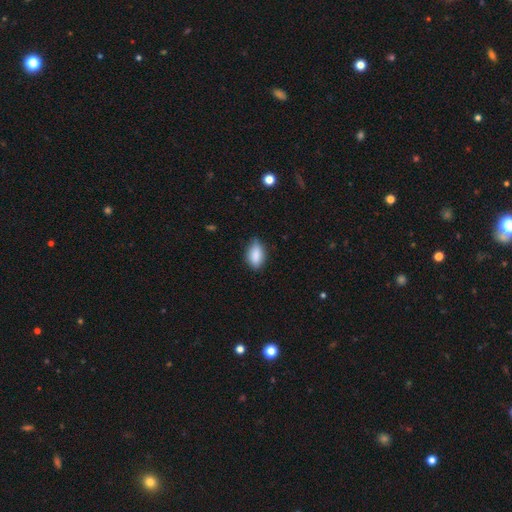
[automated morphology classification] smooth 86%, featured or disk 7%, star or artifact 7%. Down the decision tree: how rounded — in between (91%); merging — none (73%).